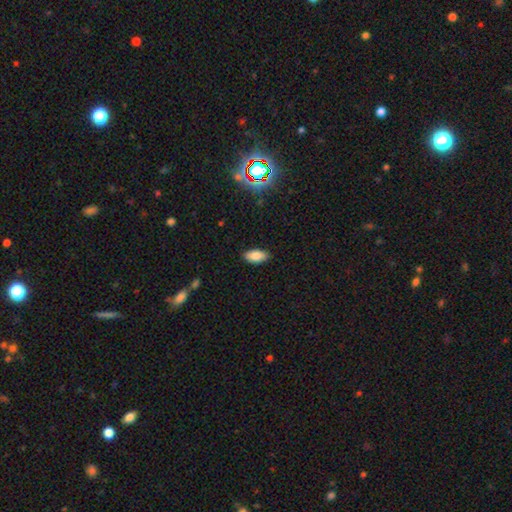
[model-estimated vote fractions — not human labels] This appears to be a smooth galaxy with no disk features (83%) that is in between round and cigar-shaped (91%). Merging: none (87%).